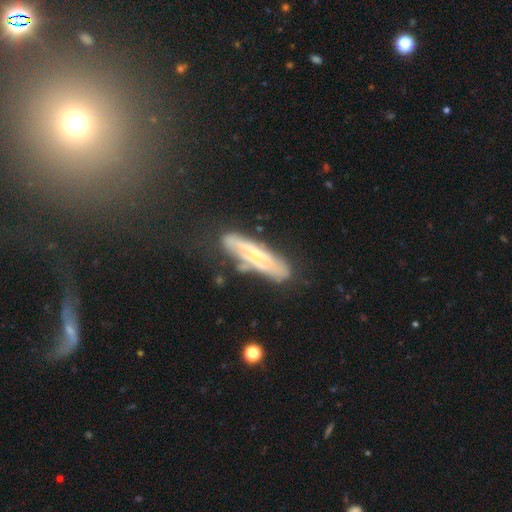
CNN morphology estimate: A featured or disk galaxy (62%) viewed edge-on (52%).

Vote fractions:
- Smooth or featured? featured or disk: 62% / smooth: 30% / star or artifact: 8%
- Edge-on disk? yes: 52% / no: 48%
- Merging? none: 67% / minor disturbance: 21% / major disturbance: 7% / merger: 5%